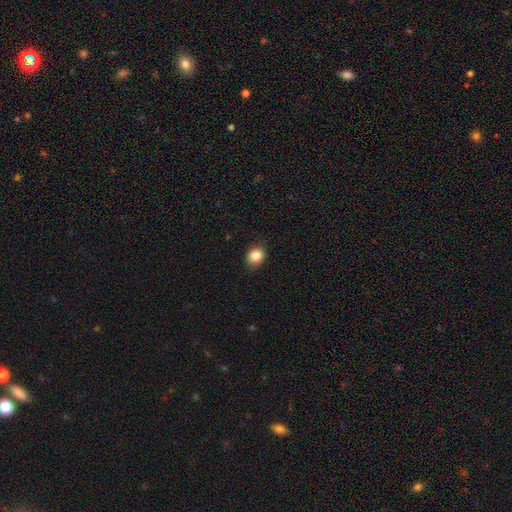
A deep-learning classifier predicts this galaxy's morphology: Smooth or featured: smooth — 86% (star or artifact — 10%)
How rounded: round — 62% (in between — 37%)
Merging: none — 86% (minor disturbance — 10%)